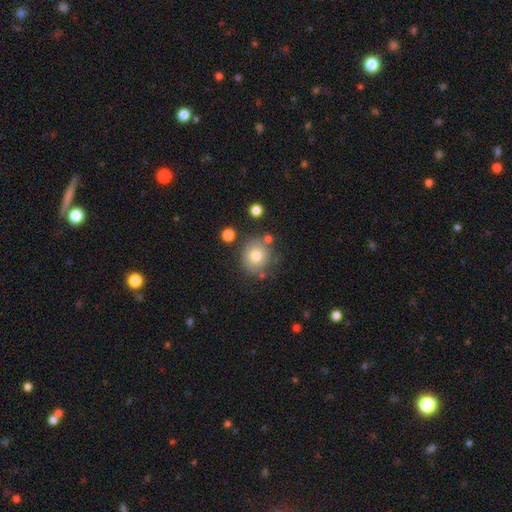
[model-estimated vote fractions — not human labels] Smooth or featured? smooth (75%)
How rounded? round (84%)
Merging? none (75%)